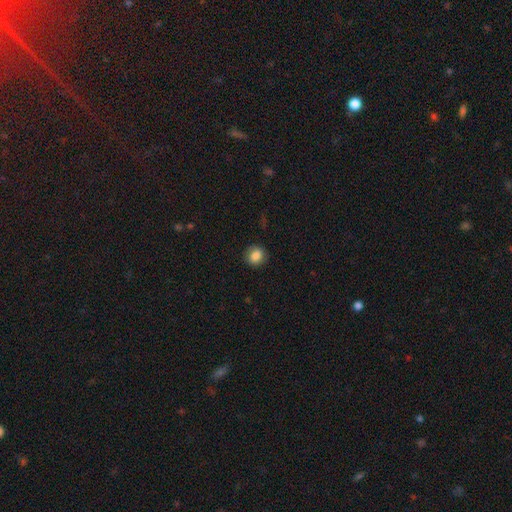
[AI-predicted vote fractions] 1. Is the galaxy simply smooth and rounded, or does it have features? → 85% smooth, 9% star or artifact, 6% featured or disk.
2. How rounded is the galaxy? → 77% round, 22% in between, 1% cigar-shaped.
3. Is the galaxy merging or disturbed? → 87% none, 9% minor disturbance, 3% major disturbance, 1% merger.